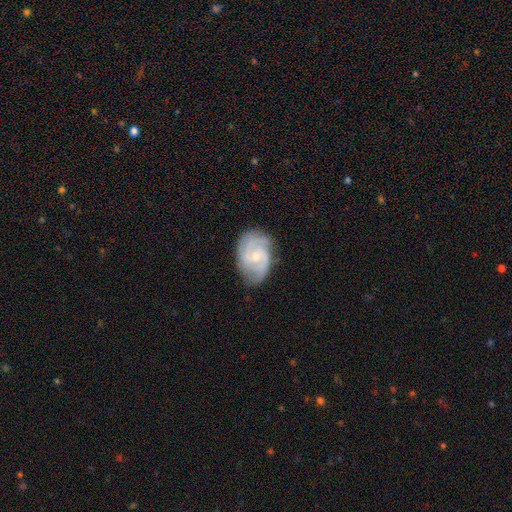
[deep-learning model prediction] This appears to be a featured or disk galaxy (82%) with no bar (51%), 2 (51%) medium (45%) spiral arms (96%) and a small central bulge (61%). Merging: none (72%).